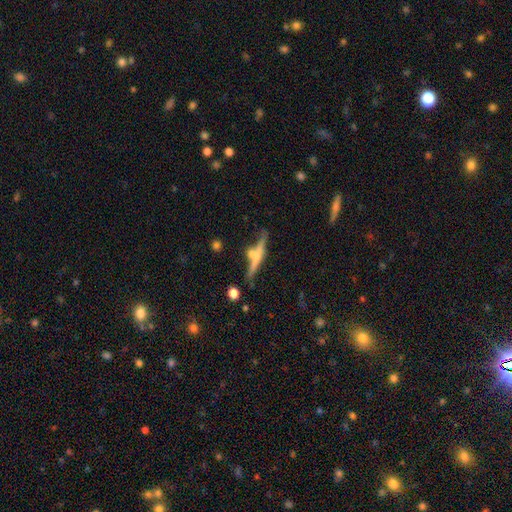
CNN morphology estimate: This is possibly a featured or disk galaxy (58%). It is clearly viewed edge-on (93%). Edge-on bulge: possibly rounded (55%). Merging: possibly none (60%).